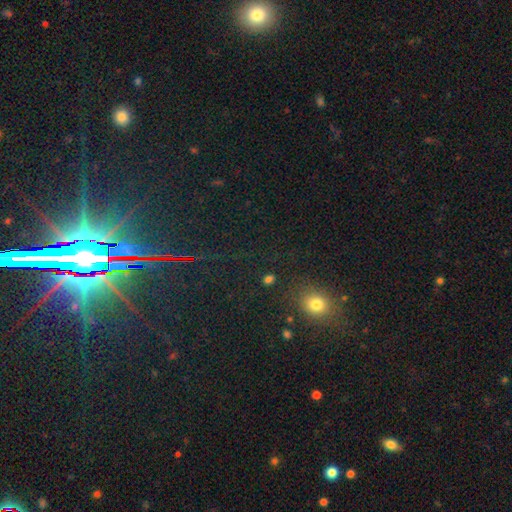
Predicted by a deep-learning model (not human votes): Smooth or featured? star or artifact (67%)